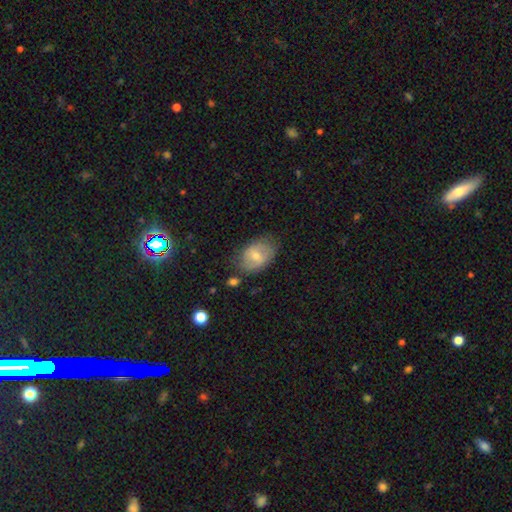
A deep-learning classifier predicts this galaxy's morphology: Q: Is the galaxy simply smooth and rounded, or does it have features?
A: smooth — 50%.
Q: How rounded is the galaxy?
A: in between — 78%.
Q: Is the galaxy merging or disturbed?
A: none — 71%.